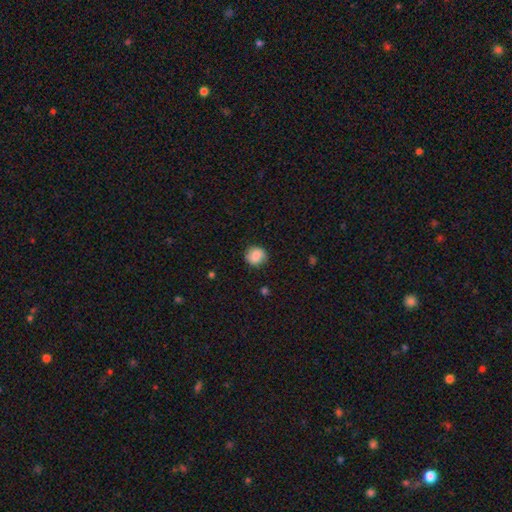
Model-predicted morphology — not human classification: Smooth or featured? Predicted: smooth (p=0.81). How rounded? Predicted: round (p=0.86). Merging? Predicted: none (p=0.84).